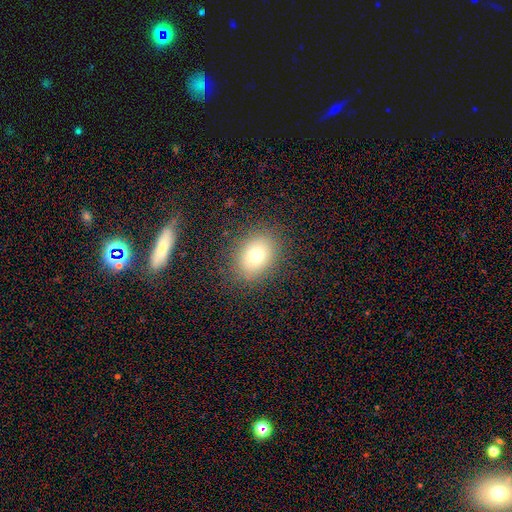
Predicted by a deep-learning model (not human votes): This appears to be a smooth galaxy with no disk features (75%) that is in between round and cigar-shaped (55%). Merging: none (85%).